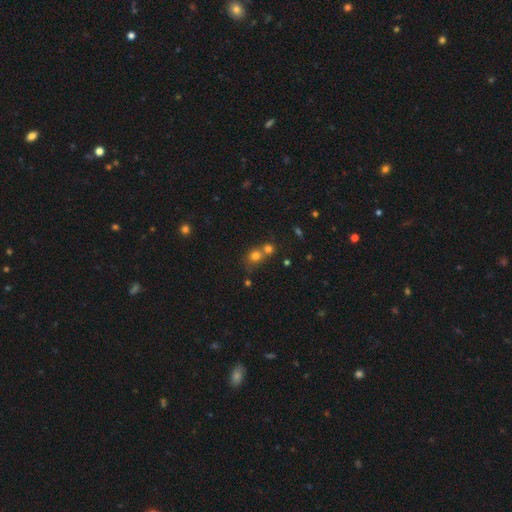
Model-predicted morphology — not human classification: This appears to be a smooth galaxy with no disk features (72%) that is round (79%). Merging: merger (51%).